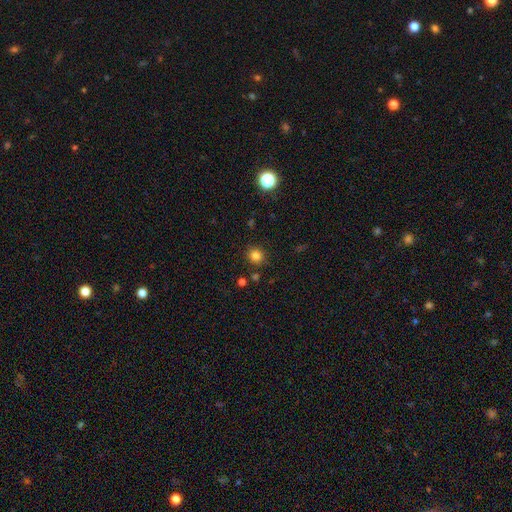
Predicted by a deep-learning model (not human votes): smooth 81%, star or artifact 14%, featured or disk 5%. Down the decision tree: how rounded — round (86%); merging — none (87%).